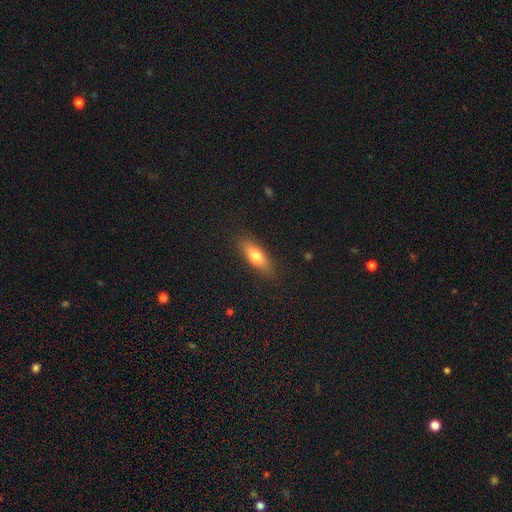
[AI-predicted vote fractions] A smooth galaxy with no disk features (74%) that is in between round and cigar-shaped (61%). Merging: none (85%).